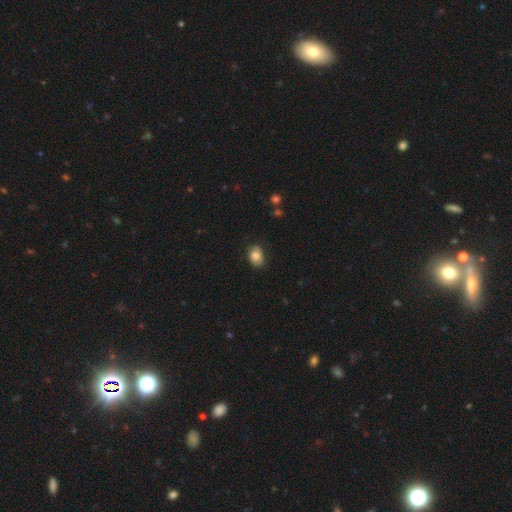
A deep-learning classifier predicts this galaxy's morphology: The model was most divided on "how rounded": in between: 67%, round: 32%, cigar-shaped: 1%. More confident: smooth or featured — smooth (80%); merging — none (73%).